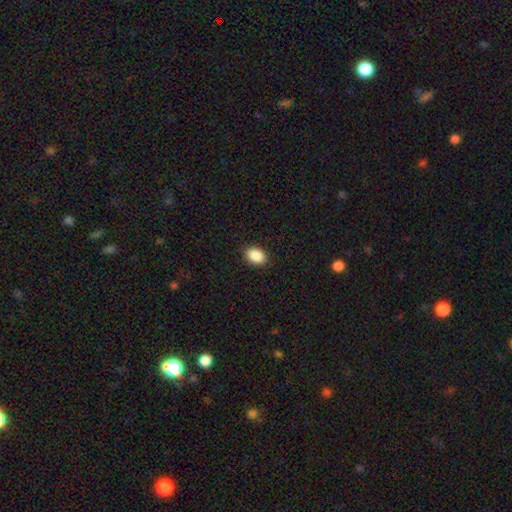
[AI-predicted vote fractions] Q: Smooth or featured?
A: smooth (89%); runner-up: star or artifact (7%)
Q: How rounded?
A: in between (82%); runner-up: round (17%)
Q: Merging?
A: none (89%); runner-up: minor disturbance (8%)